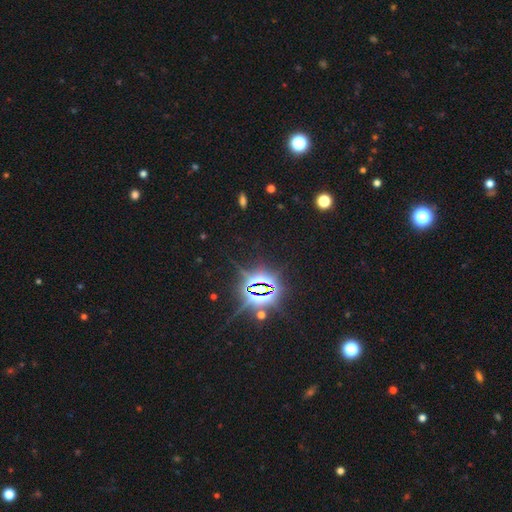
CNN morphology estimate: This appears to be a star or artifact, not a galaxy (85%).